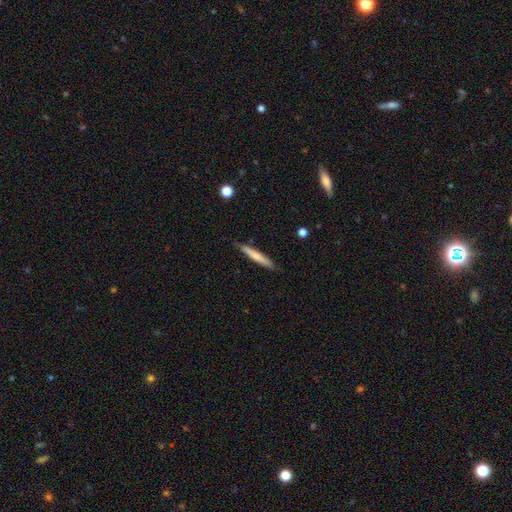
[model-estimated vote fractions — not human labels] Morphology: type=smooth (66%); roundness=cigar-shaped (95%); merging=none (84%).